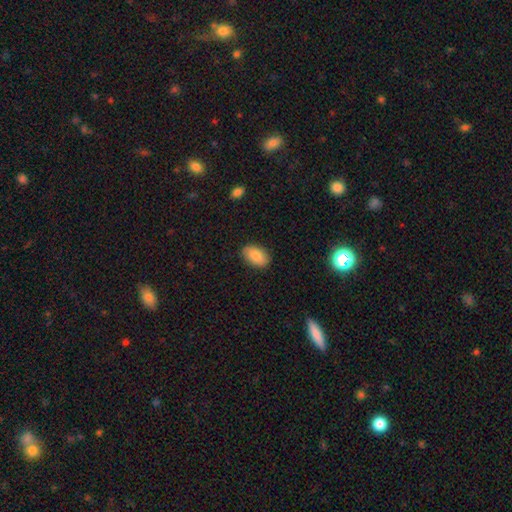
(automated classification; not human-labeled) A smooth galaxy with no disk features (84%) that is in between round and cigar-shaped (92%). Merging: none (87%).